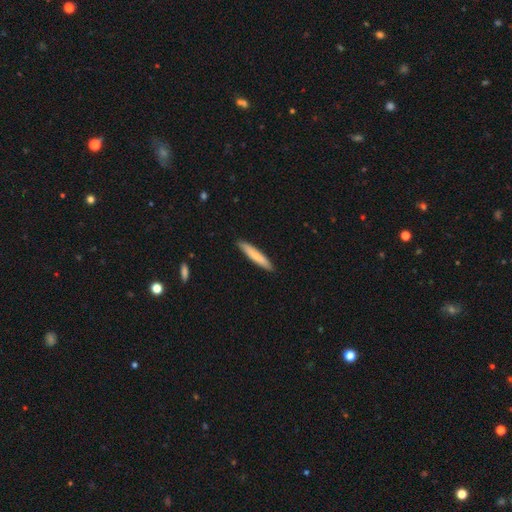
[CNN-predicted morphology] Smooth or featured?
  - smooth: 74% *
  - featured or disk: 21%
  - star or artifact: 5%
How rounded?
  - cigar-shaped: 92% *
  - in between: 7%
  - round: 1%
Merging?
  - none: 90% *
  - minor disturbance: 7%
  - major disturbance: 1%
  - merger: 1%